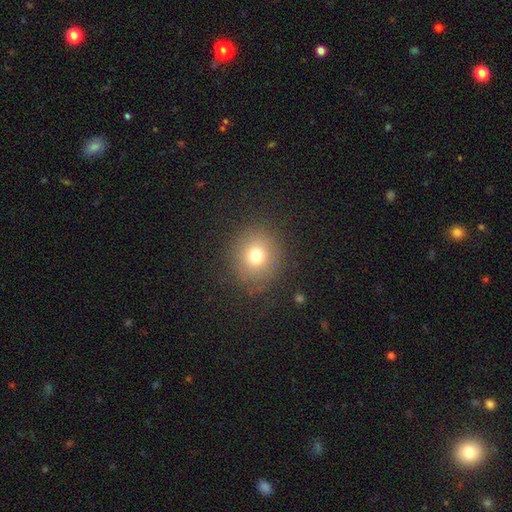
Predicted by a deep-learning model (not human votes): Smooth or featured? Predicted: smooth (p=0.73). How rounded? Predicted: round (p=0.85). Merging? Predicted: none (p=0.85).